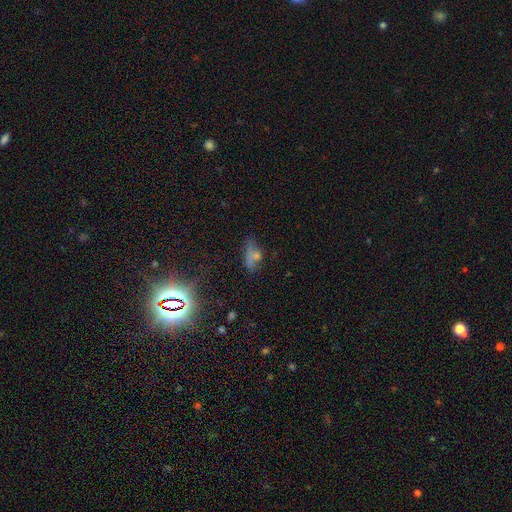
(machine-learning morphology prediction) star or artifact 43%, smooth 35%, featured or disk 22%.